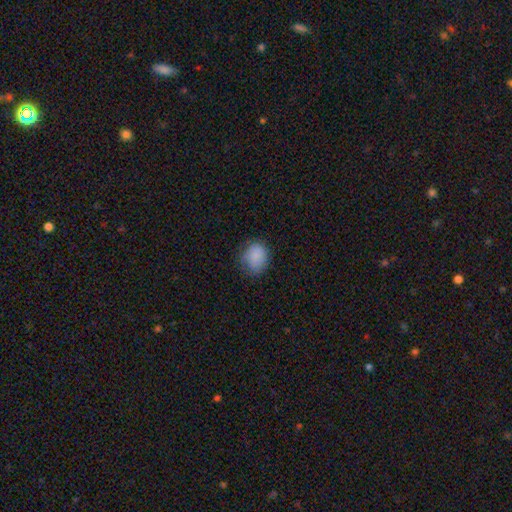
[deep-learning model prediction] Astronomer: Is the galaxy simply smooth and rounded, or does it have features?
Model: smooth — 83%.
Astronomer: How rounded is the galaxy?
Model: round — 61% (runner-up: in between, 38%).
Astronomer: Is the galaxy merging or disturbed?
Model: none — 65%.